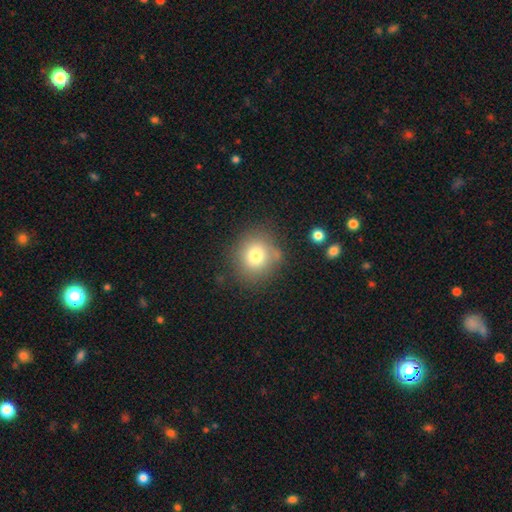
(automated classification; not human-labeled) Smooth or featured?
  - smooth: 75% *
  - star or artifact: 12%
  - featured or disk: 12%
How rounded?
  - round: 84% *
  - in between: 15%
  - cigar-shaped: 1%
Merging?
  - none: 75% *
  - minor disturbance: 16%
  - major disturbance: 6%
  - merger: 4%